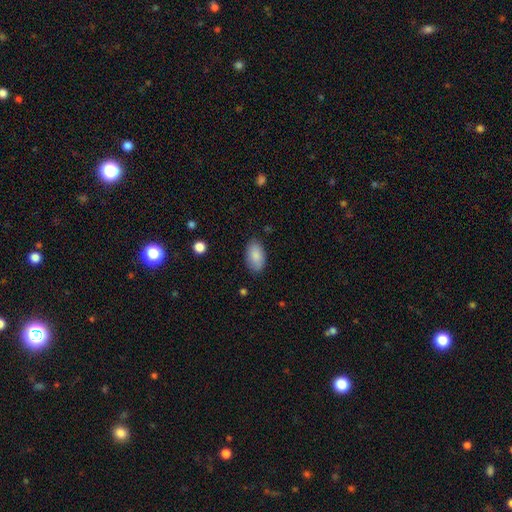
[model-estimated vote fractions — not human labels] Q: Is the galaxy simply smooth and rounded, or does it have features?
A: smooth — 88%.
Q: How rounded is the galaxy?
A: in between — 94%.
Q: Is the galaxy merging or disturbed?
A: none — 84%.